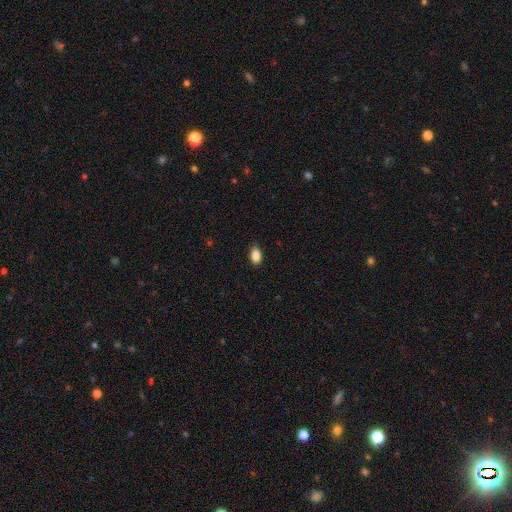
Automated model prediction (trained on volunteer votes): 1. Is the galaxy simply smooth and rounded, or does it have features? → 87% smooth, 8% star or artifact, 5% featured or disk.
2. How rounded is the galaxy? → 87% in between, 10% round, 2% cigar-shaped.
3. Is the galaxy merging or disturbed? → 79% none, 18% minor disturbance, 3% major disturbance, 1% merger.